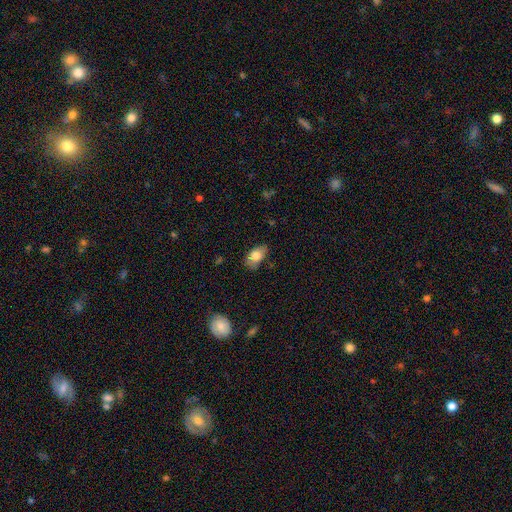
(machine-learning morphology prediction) Smooth or featured: smooth — 78% (featured or disk — 15%)
How rounded: in between — 91% (round — 7%)
Merging: none — 69% (minor disturbance — 24%)